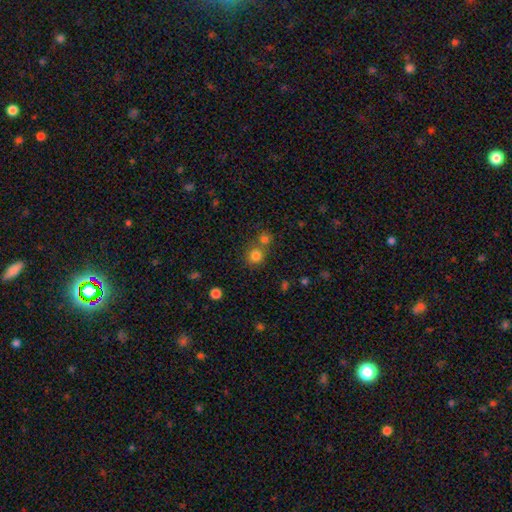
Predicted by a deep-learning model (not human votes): Smooth or featured: smooth — 79% (star or artifact — 15%)
How rounded: round — 86% (in between — 13%)
Merging: none — 62% (merger — 28%)